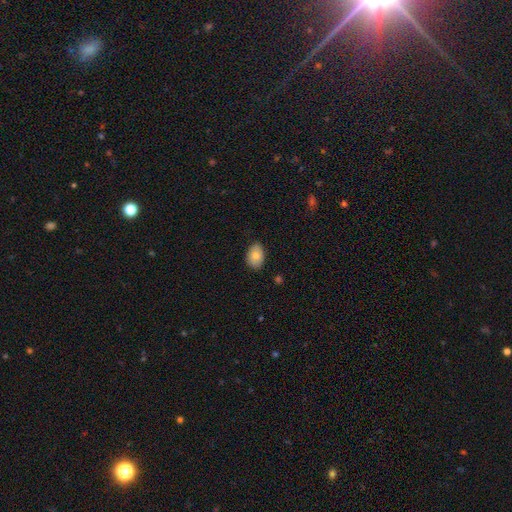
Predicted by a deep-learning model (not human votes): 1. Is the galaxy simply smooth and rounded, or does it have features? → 82% smooth, 11% featured or disk, 7% star or artifact.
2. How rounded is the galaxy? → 84% in between, 15% round, 1% cigar-shaped.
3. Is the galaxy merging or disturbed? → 82% none, 15% minor disturbance, 2% major disturbance, 1% merger.